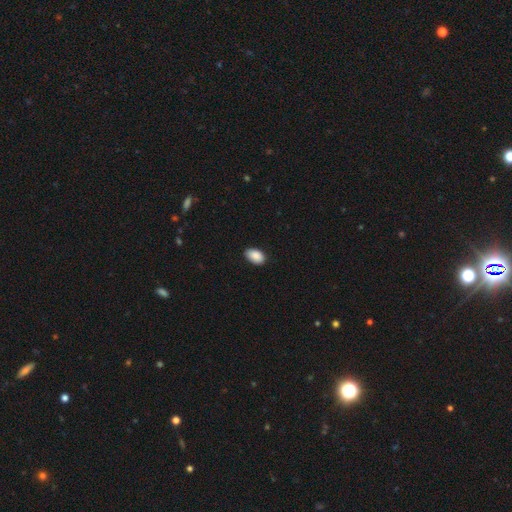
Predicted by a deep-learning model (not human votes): A smooth galaxy with no disk features (90%) that is in between round and cigar-shaped (93%).

Vote fractions:
- Smooth or featured? smooth: 90% / star or artifact: 7% / featured or disk: 3%
- How rounded? in between: 93% / round: 6% / cigar-shaped: 1%
- Merging? none: 86% / minor disturbance: 11% / major disturbance: 2% / merger: 1%